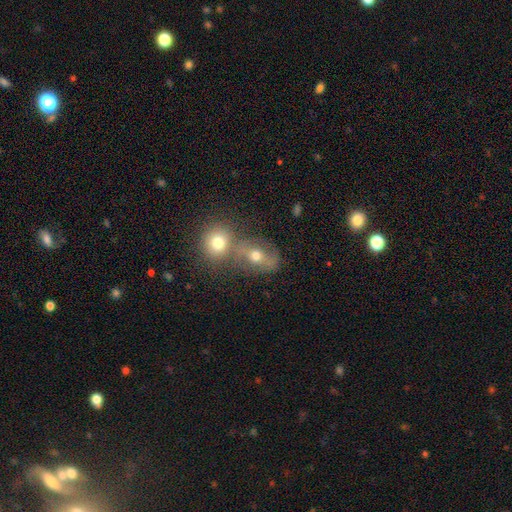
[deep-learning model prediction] A smooth galaxy with no disk features (51%) that is in between round and cigar-shaped (50%). Merging: none (44%).